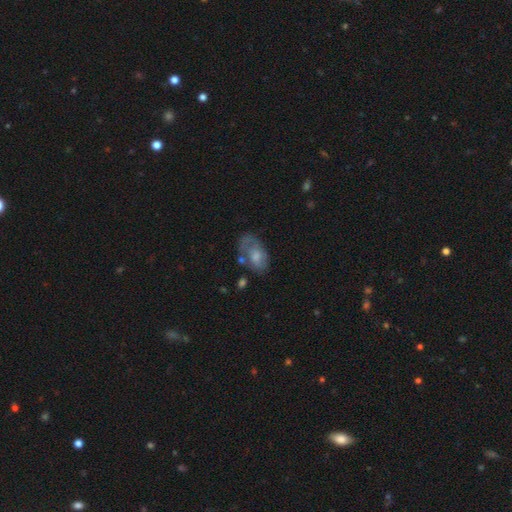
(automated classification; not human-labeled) smooth_or_featured: smooth (p=0.50) [alt: featured or disk p=0.42]
merging: none (p=0.44) [alt: minor disturbance p=0.27]